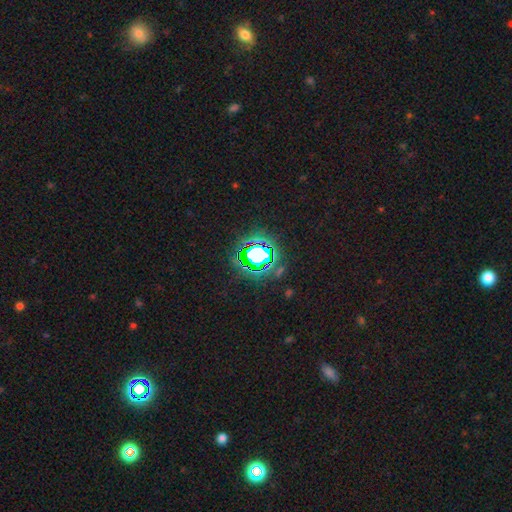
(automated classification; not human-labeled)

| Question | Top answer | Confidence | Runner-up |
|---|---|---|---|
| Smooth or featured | star or artifact | 70% | smooth (17%) |